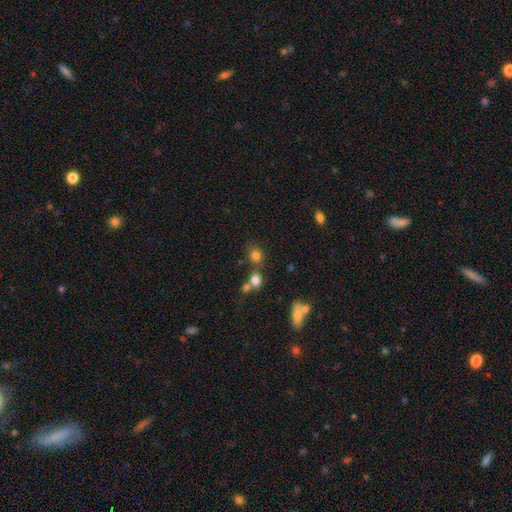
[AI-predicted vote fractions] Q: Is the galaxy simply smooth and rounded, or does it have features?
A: smooth — 78%.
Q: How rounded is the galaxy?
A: round — 74%.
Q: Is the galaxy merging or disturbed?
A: none — 63%.